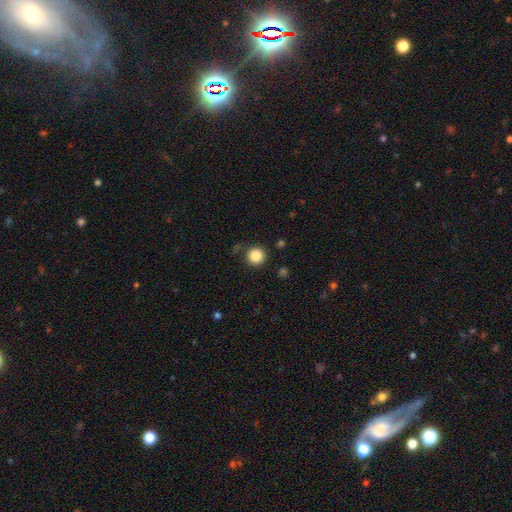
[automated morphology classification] The model was most divided on "smooth or featured": smooth: 85%, star or artifact: 11%, featured or disk: 4%. More confident: how rounded — round (95%); merging — none (88%).